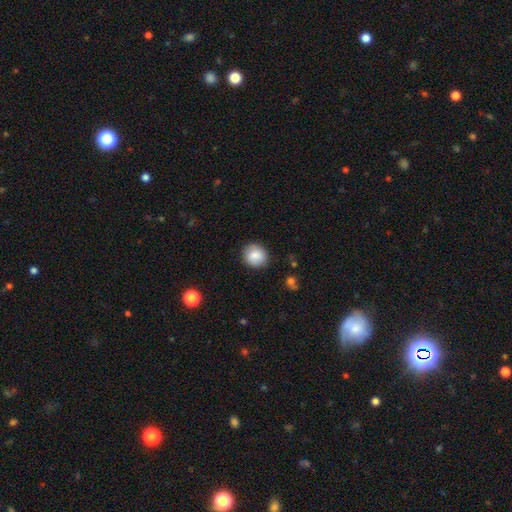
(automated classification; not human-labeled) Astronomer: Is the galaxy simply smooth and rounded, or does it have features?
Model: smooth — 86%.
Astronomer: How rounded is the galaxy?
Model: round — 87%.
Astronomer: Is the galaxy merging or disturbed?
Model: none — 88%.